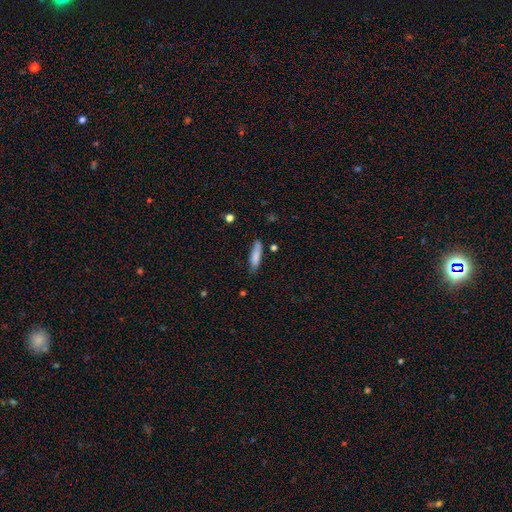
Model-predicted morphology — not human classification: This is clearly a smooth galaxy (82%). How rounded: likely cigar-shaped (73%). Merging: likely none (75%).